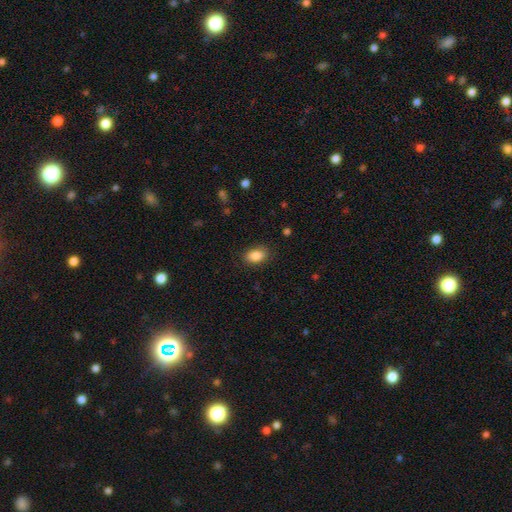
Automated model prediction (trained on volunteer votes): Smooth or featured? Predicted: smooth (p=0.86). How rounded? Predicted: in between (p=0.87). Merging? Predicted: none (p=0.85).